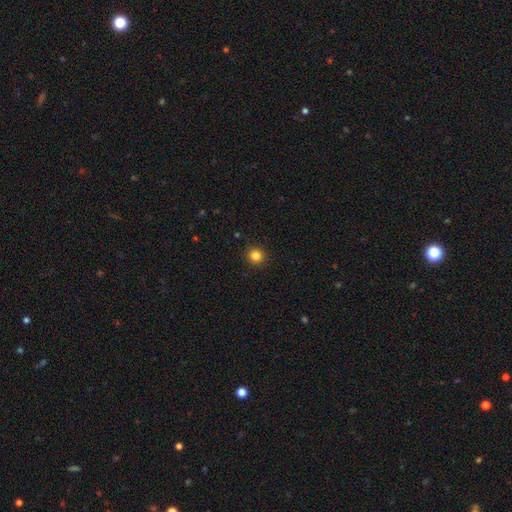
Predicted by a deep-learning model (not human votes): Smooth or featured: smooth — 83% (star or artifact — 12%)
How rounded: round — 92% (in between — 8%)
Merging: none — 92% (minor disturbance — 5%)